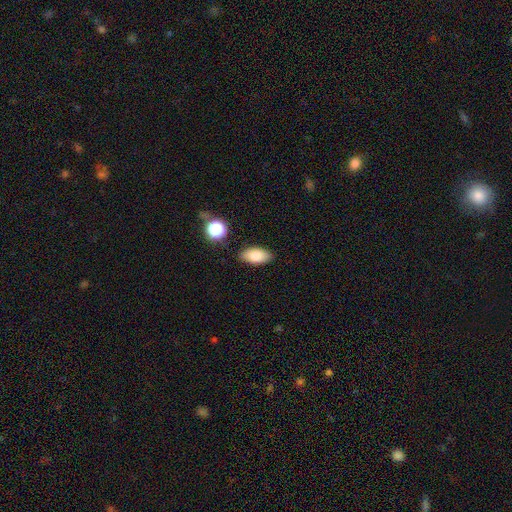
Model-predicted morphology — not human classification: This appears to be a smooth galaxy with no disk features (82%) that is in between round and cigar-shaped (91%). Merging: none (85%).